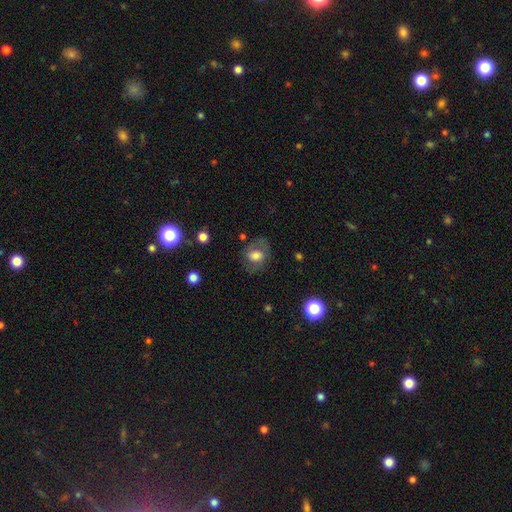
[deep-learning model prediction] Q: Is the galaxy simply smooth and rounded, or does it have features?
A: smooth — 63%.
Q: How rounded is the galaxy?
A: in between — 59%.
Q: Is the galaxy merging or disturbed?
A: none — 64%.